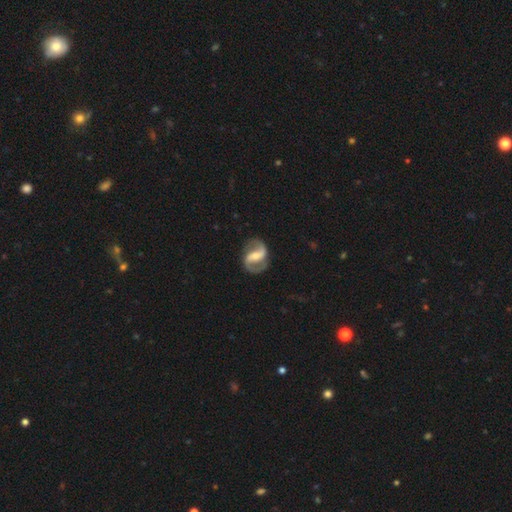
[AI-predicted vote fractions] featured or disk 89%, smooth 7%, star or artifact 4%. Down the decision tree: edge-on disk — no (98%); bar — strong (48%); spiral arms — yes (96%); spiral arm count — 2 (93%); spiral winding — medium (51%); bulge size — moderate (50%); merging — none (83%).